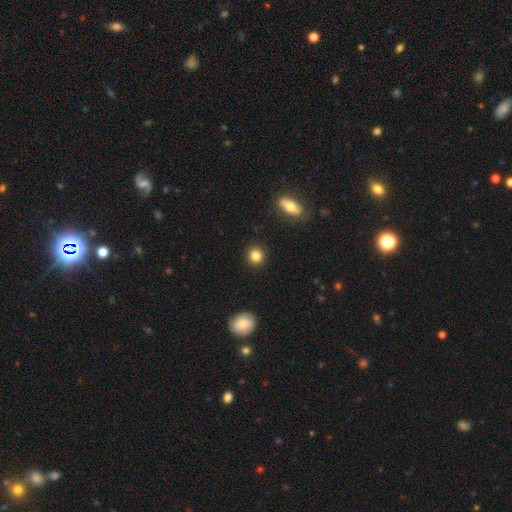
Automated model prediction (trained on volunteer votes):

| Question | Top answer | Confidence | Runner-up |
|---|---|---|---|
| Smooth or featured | smooth | 85% | star or artifact (10%) |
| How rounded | round | 89% | in between (10%) |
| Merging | none | 91% | minor disturbance (5%) |